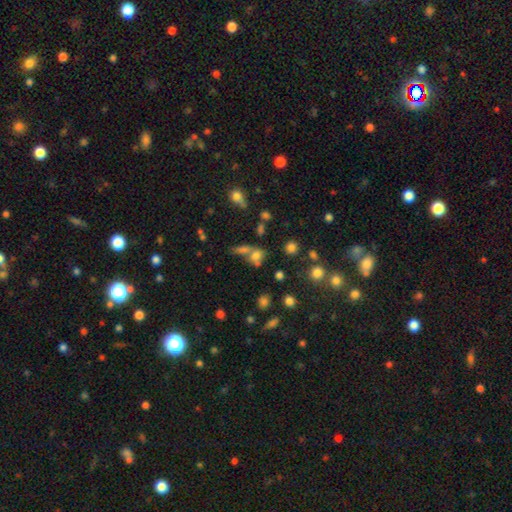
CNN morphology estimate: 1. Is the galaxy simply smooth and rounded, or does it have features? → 65% smooth, 19% star or artifact, 16% featured or disk.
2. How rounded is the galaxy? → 47% in between (tied), 47% round (tied), 6% cigar-shaped.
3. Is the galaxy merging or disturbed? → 44% merger, 37% none, 11% minor disturbance, 8% major disturbance.